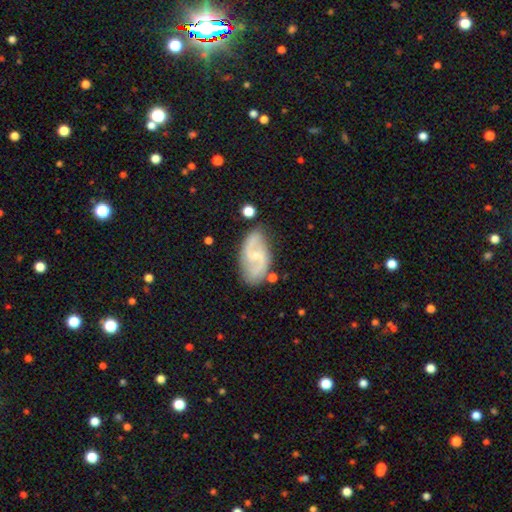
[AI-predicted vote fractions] Smooth or featured? Predicted: featured or disk (p=0.82). Edge-on disk? Predicted: no (p=0.97). Bar? Predicted: weak (p=0.47). Spiral arms? Predicted: yes (p=0.94). Spiral winding? Predicted: medium (p=0.44). Spiral arm count? Predicted: 2 (p=0.89). Bulge size? Predicted: small (p=0.73). Merging? Predicted: none (p=0.75).